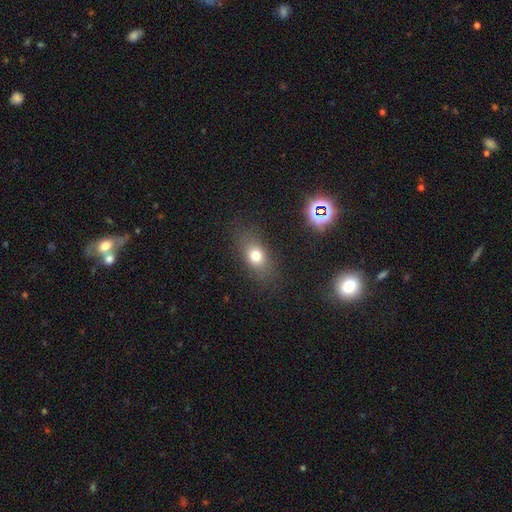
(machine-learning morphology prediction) This appears to be a smooth galaxy with no disk features (73%) that is in between round and cigar-shaped (67%). Merging: none (80%).